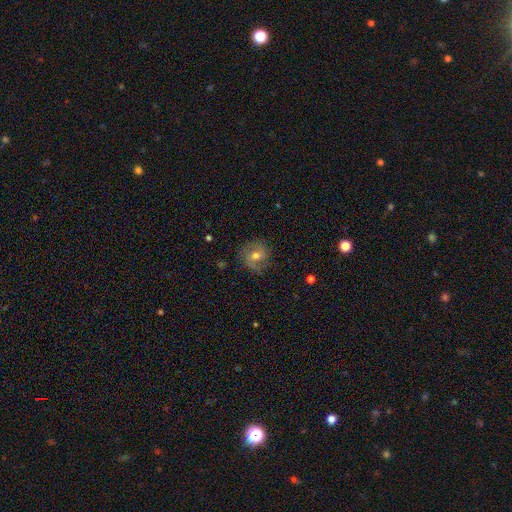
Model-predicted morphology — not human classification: Smooth or featured? smooth (48%)
Merging? none (74%)